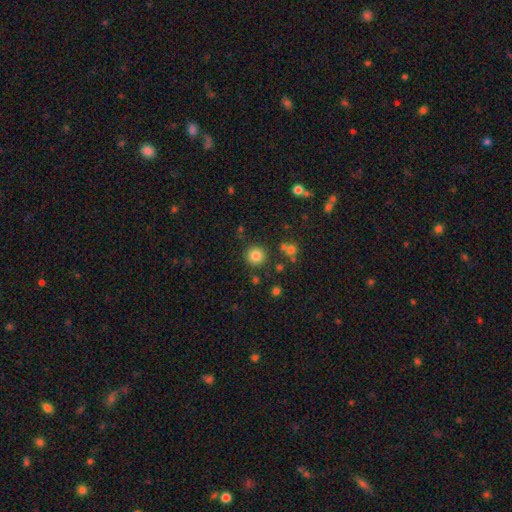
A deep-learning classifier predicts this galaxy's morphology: Smooth or featured? smooth (83%)
How rounded? round (94%)
Merging? none (87%)